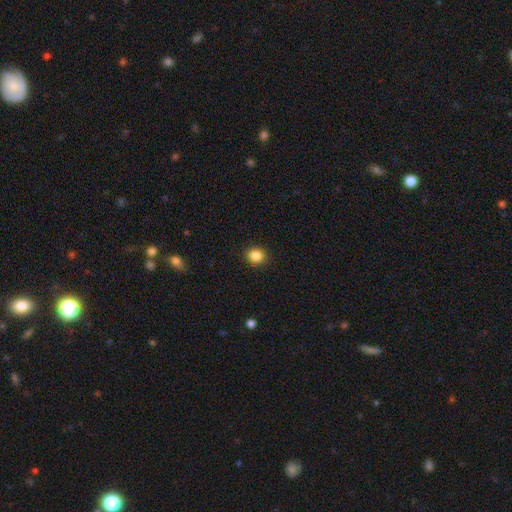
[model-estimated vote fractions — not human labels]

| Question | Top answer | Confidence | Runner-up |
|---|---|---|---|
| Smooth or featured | smooth | 86% | star or artifact (11%) |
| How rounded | round | 81% | in between (18%) |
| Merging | none | 91% | minor disturbance (6%) |